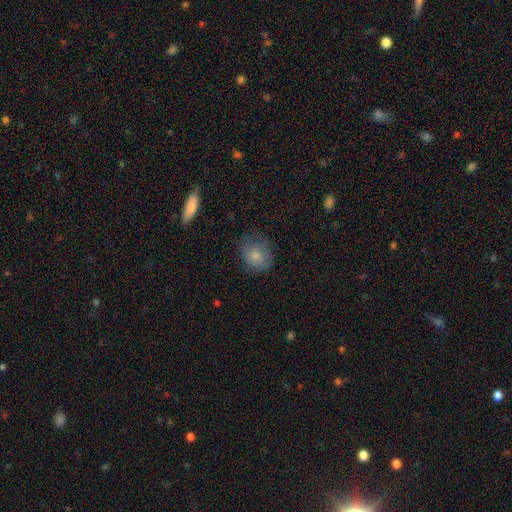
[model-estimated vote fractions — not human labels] Overall: smooth (78%). How rounded: round (68%; in between 31%). Merging: none (62%; minor disturbance 26%).